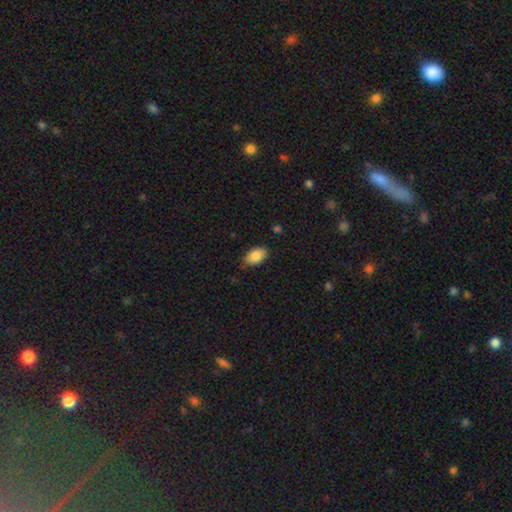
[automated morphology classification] Overall: smooth (86%). How rounded: in between (93%). Merging: none (82%).